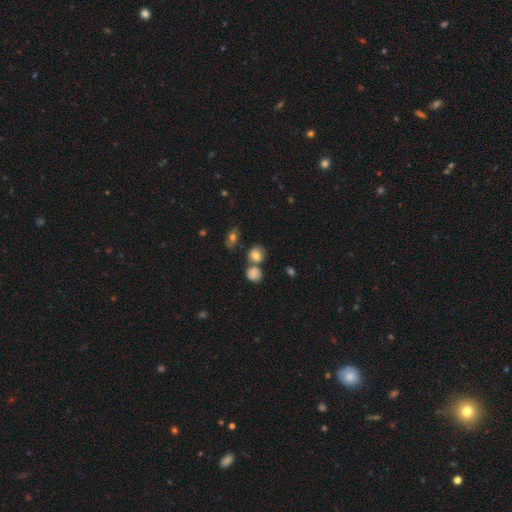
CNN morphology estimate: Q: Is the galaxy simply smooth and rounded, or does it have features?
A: smooth — 78%.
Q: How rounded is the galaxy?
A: round — 73%.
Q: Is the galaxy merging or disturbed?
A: none — 57%.